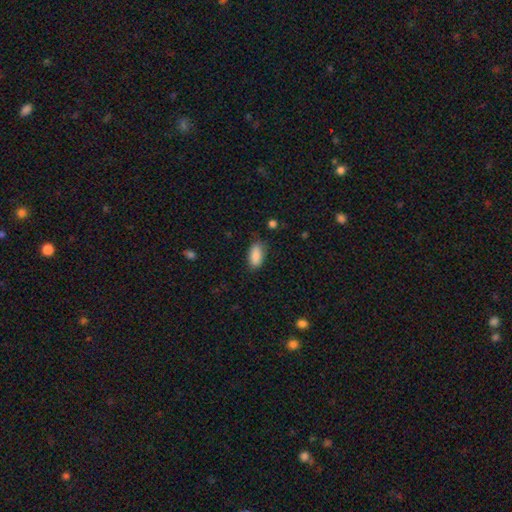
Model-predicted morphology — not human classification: smooth-or-featured: smooth: 89% | star or artifact: 7% | featured or disk: 4%
  how-rounded: in between: 90% | cigar-shaped: 7% | round: 3%
  merging: none: 79% | minor disturbance: 16% | major disturbance: 4% | merger: 1%